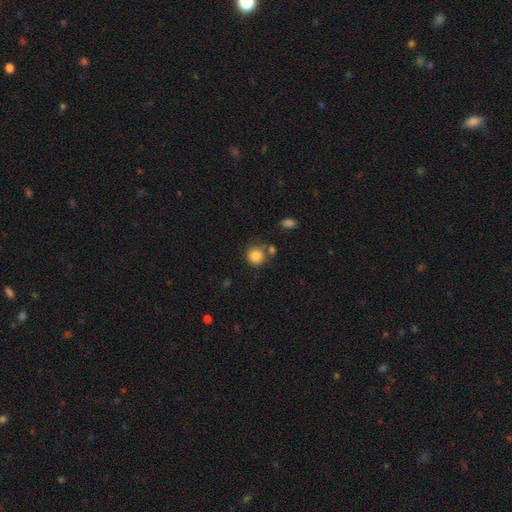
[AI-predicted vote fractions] This is clearly a smooth galaxy (85%). How rounded: clearly round (87%). Merging: likely none (61%).